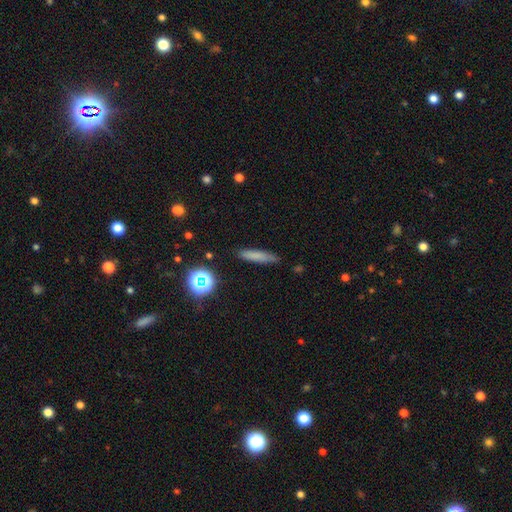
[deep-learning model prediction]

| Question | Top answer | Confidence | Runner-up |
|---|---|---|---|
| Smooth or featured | smooth | 75% | featured or disk (13%) |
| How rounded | cigar-shaped | 84% | in between (14%) |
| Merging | none | 84% | minor disturbance (12%) |